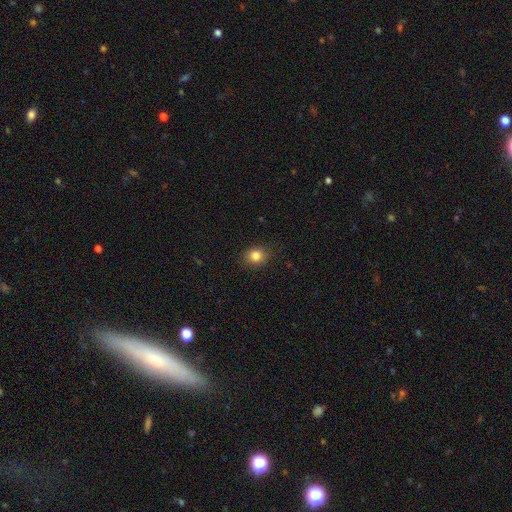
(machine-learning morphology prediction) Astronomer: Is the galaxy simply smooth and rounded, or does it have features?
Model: smooth — 83%.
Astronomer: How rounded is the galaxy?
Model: round — 70%.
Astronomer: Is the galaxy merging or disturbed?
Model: none — 87%.